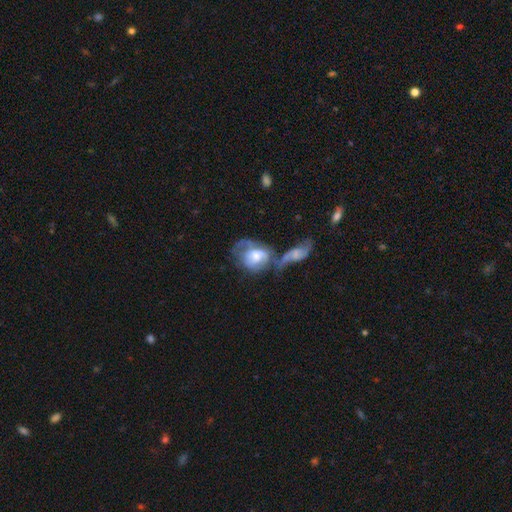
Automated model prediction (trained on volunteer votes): Q: Smooth or featured?
A: featured or disk (55%); runner-up: smooth (37%)
Q: Edge-on disk?
A: no (95%); runner-up: yes (5%)
Q: Bar?
A: no (66%); runner-up: weak (28%)
Q: Spiral arms?
A: yes (61%); runner-up: no (39%)
Q: Bulge size?
A: moderate (46%); runner-up: large (26%)
Q: Merging?
A: merger (50%); runner-up: major disturbance (22%)